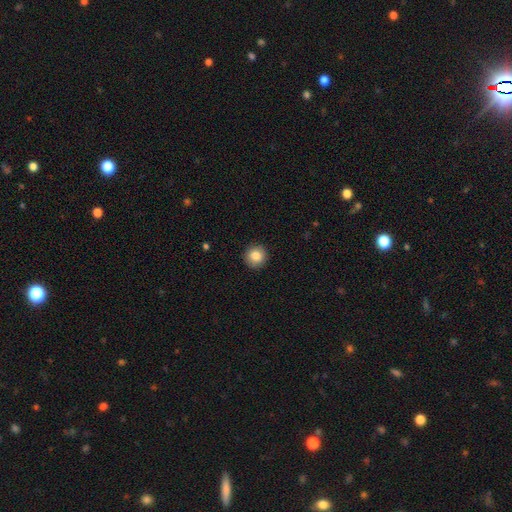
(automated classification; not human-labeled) smooth_or_featured: smooth (p=0.85) [alt: star or artifact p=0.09]
how_rounded: round (p=0.94) [alt: in between p=0.05]
merging: none (p=0.92) [alt: minor disturbance p=0.06]